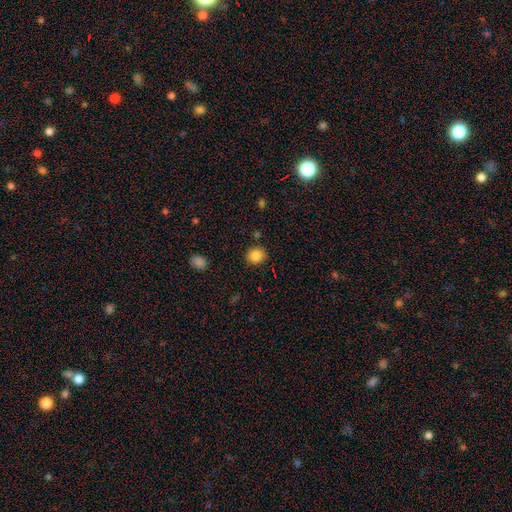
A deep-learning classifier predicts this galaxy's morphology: type=smooth (85%); roundness=round (88%); merging=none (87%).